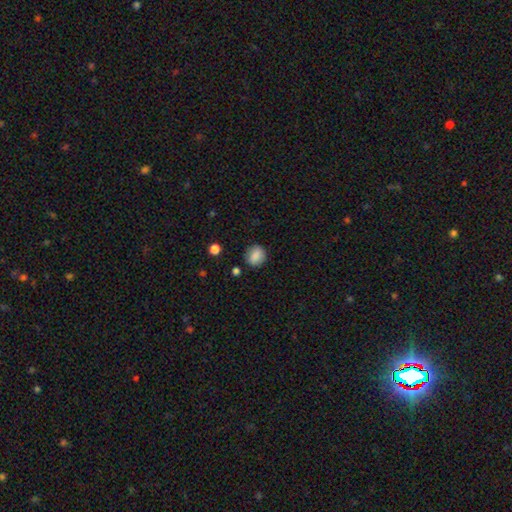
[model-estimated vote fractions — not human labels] Smooth or featured?
  - smooth: 85% *
  - star or artifact: 9%
  - featured or disk: 6%
How rounded?
  - round: 63% *
  - in between: 35%
  - cigar-shaped: 1%
Merging?
  - none: 81% *
  - minor disturbance: 13%
  - major disturbance: 3%
  - merger: 2%